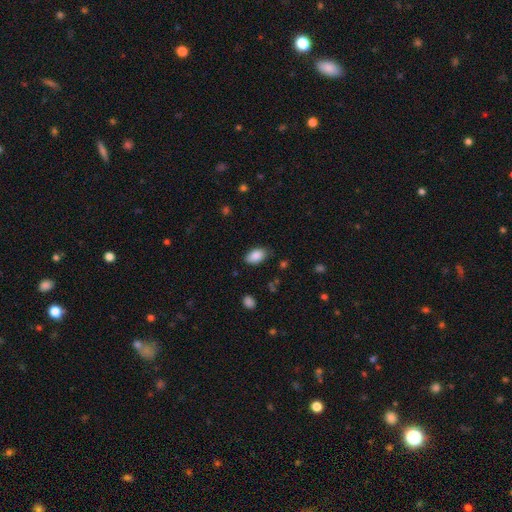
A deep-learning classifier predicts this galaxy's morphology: A smooth galaxy with no disk features (88%) that is in between round and cigar-shaped (93%). Merging: none (82%).